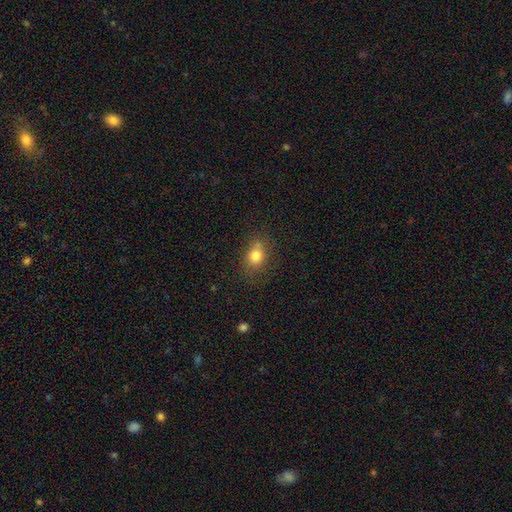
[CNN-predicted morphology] Smooth or featured?
  - smooth: 78% *
  - star or artifact: 12%
  - featured or disk: 10%
How rounded?
  - round: 53% *
  - in between: 46%
  - cigar-shaped: 1%
Merging?
  - none: 64% *
  - minor disturbance: 19%
  - merger: 11%
  - major disturbance: 6%